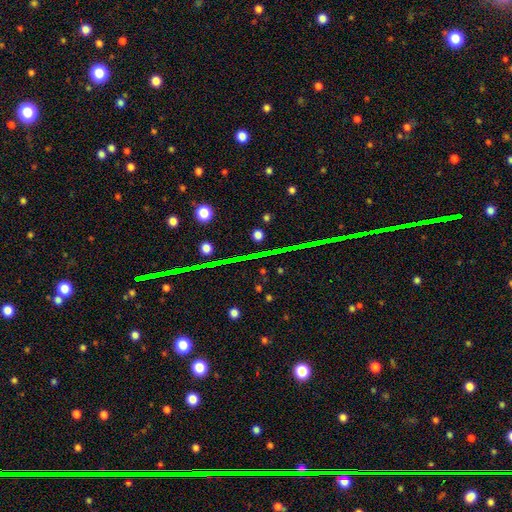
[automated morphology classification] A star or artifact, not a galaxy (70%).

Vote fractions:
- Smooth or featured? star or artifact: 70% / featured or disk: 16% / smooth: 14%